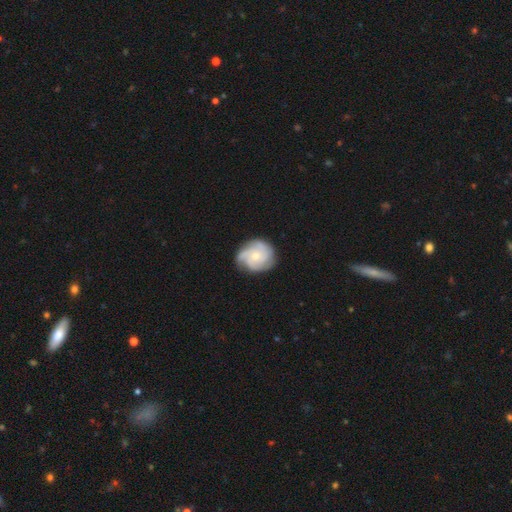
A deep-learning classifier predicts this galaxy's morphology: This is likely a featured or disk galaxy (74%). It is clearly not viewed edge-on (98%). Bar: clearly no (80%). Spiral arm pattern: clearly yes (95%). Spiral arm count: possibly 3 (49%). Spiral winding: possibly tight (52%). Central bulge: possibly small (56%). Merging: likely none (73%).